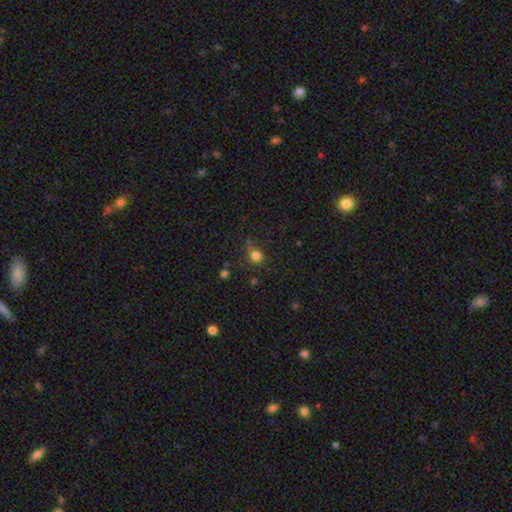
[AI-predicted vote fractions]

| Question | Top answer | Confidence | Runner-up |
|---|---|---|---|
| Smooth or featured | smooth | 79% | star or artifact (15%) |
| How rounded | round | 84% | in between (15%) |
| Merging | none | 68% | minor disturbance (20%) |